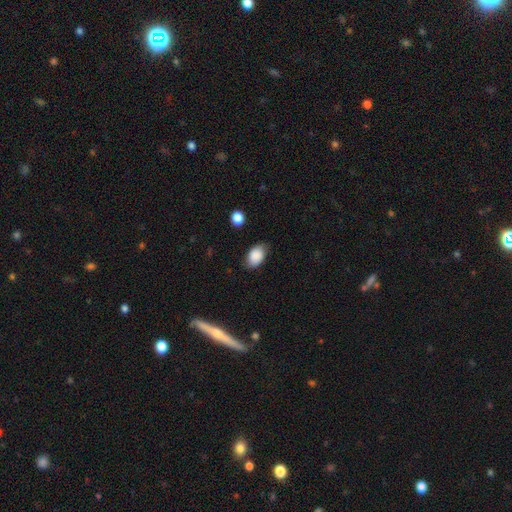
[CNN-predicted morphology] A smooth galaxy with no disk features (88%) that is in between round and cigar-shaped (87%).

Vote fractions:
- Smooth or featured? smooth: 88% / star or artifact: 7% / featured or disk: 5%
- How rounded? in between: 87% / round: 12% / cigar-shaped: 1%
- Merging? none: 77% / minor disturbance: 18% / major disturbance: 4% / merger: 1%